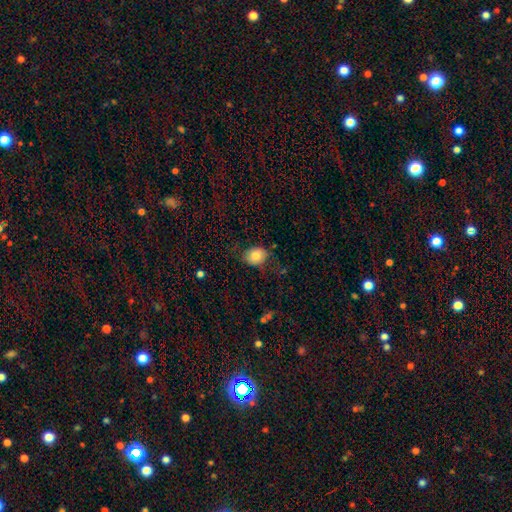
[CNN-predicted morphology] This appears to be a smooth galaxy with no disk features (80%) that is in between round and cigar-shaped (58%). Merging: none (73%).